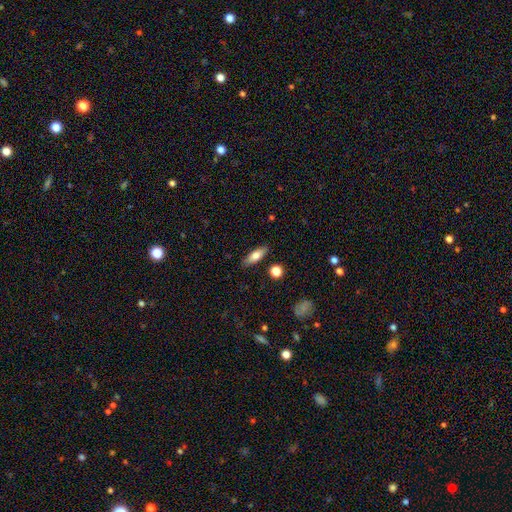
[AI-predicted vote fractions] This appears to be a smooth galaxy with no disk features (73%) that is in between round and cigar-shaped (60%). Merging: none (85%).